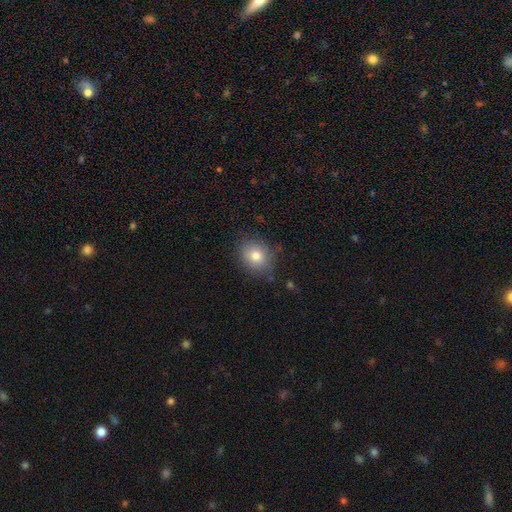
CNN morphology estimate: smooth_or_featured: smooth (p=0.79) [alt: featured or disk p=0.10]
how_rounded: round (p=0.61) [alt: in between p=0.38]
merging: none (p=0.81) [alt: minor disturbance p=0.14]